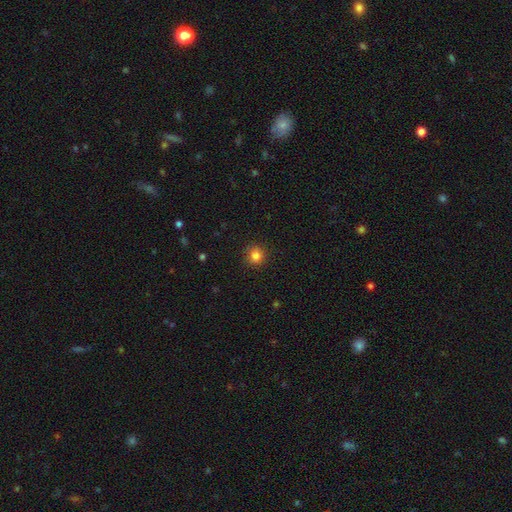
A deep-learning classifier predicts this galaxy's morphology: Overall: smooth (83%). How rounded: round (89%). Merging: none (89%).